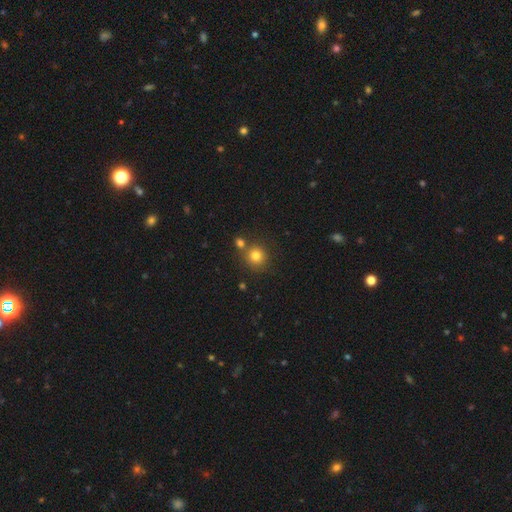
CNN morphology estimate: This is likely a smooth galaxy (79%). How rounded: clearly round (91%). Merging: likely none (72%).